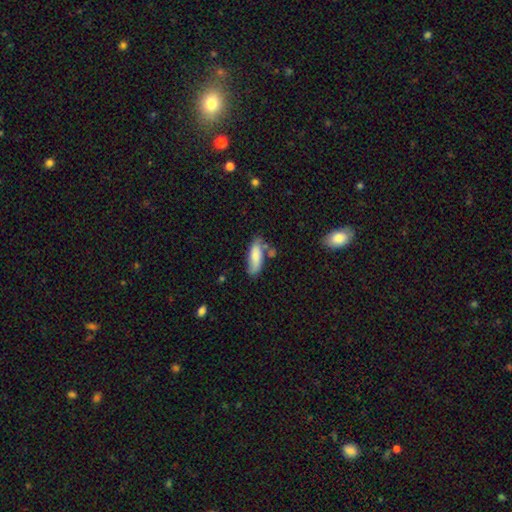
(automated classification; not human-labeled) smooth-or-featured: smooth: 72% | featured or disk: 22% | star or artifact: 7%
  how-rounded: in between: 66% | cigar-shaped: 31% | round: 2%
  merging: none: 60% | minor disturbance: 24% | merger: 10% | major disturbance: 6%